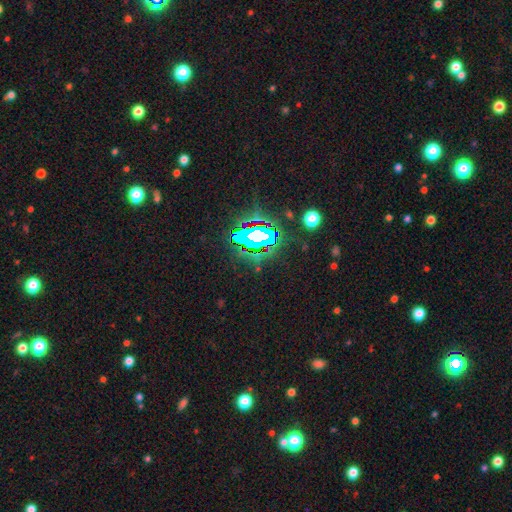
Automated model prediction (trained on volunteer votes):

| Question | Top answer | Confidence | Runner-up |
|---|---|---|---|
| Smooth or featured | star or artifact | 77% | smooth (12%) |